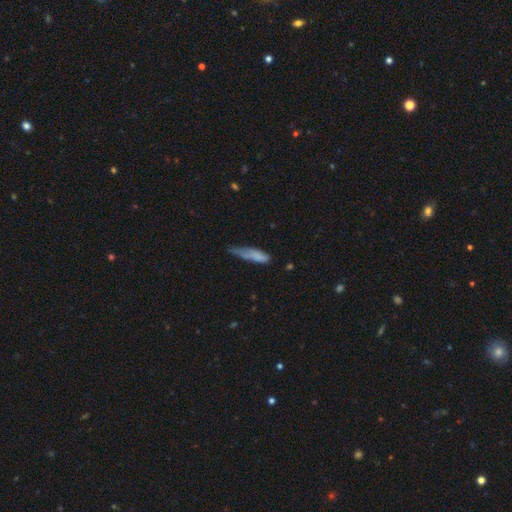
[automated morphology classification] smooth-or-featured: smooth: 75% | featured or disk: 17% | star or artifact: 8%
  how-rounded: cigar-shaped: 68% | in between: 30% | round: 2%
  merging: minor disturbance: 42% | none: 31% | major disturbance: 22% | merger: 5%